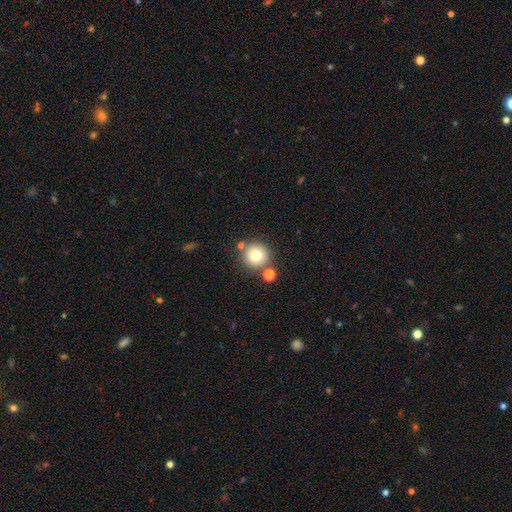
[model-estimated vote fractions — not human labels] Smooth or featured? Predicted: smooth (p=0.76). How rounded? Predicted: round (p=0.94). Merging? Predicted: none (p=0.75).